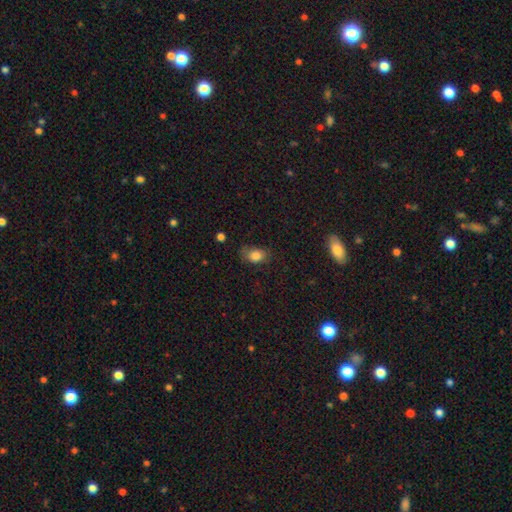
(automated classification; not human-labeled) Smooth or featured?
  - smooth: 82% *
  - star or artifact: 10%
  - featured or disk: 7%
How rounded?
  - in between: 73% *
  - round: 26%
  - cigar-shaped: 2%
Merging?
  - none: 60% *
  - minor disturbance: 29%
  - major disturbance: 10%
  - merger: 2%